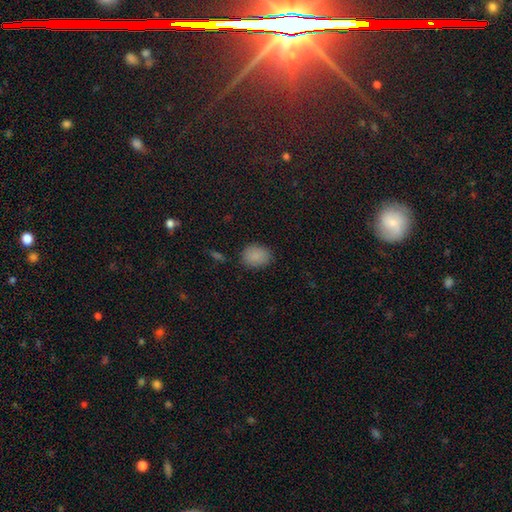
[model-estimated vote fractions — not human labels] This appears to be a smooth galaxy with no disk features (87%) that is in between round and cigar-shaped (55%). Merging: none (82%).